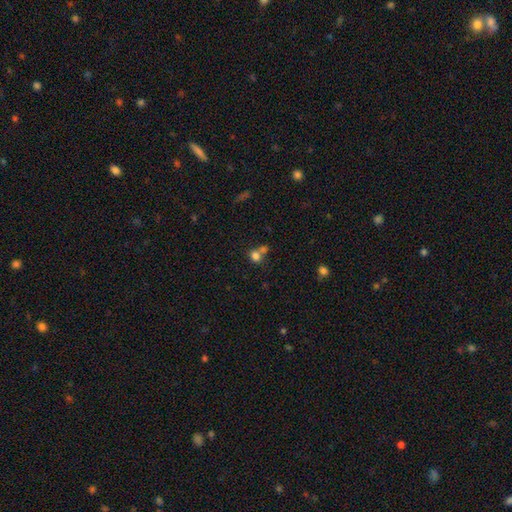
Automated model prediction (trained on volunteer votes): This is likely a smooth galaxy (78%). How rounded: likely round (71%). Merging: possibly merger (46%).